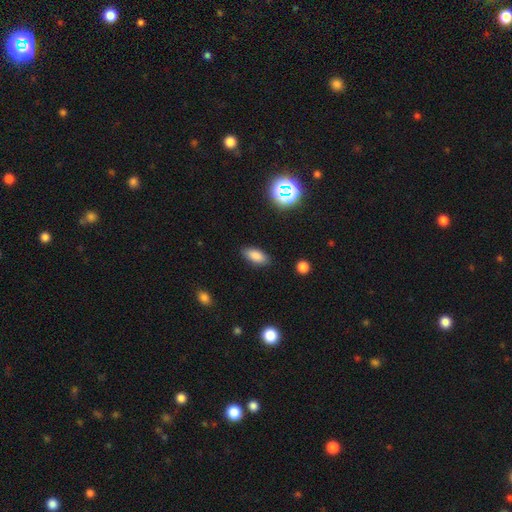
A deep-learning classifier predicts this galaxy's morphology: A smooth galaxy with no disk features (84%) that is in between round and cigar-shaped (87%). Merging: none (87%).